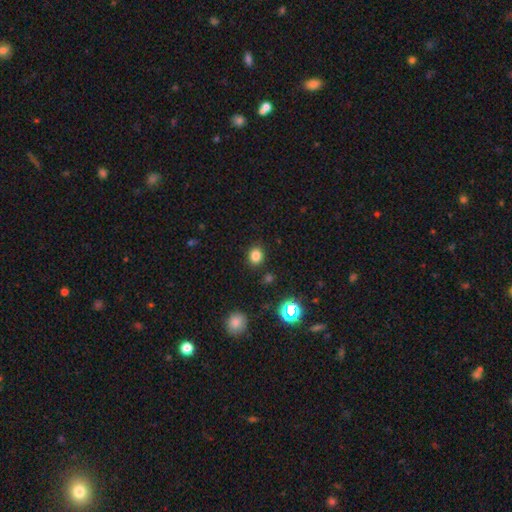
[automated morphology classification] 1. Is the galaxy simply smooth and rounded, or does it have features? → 81% smooth, 14% star or artifact, 5% featured or disk.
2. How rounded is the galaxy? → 72% round, 27% in between, 1% cigar-shaped.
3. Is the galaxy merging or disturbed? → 88% none, 7% minor disturbance, 3% major disturbance, 2% merger.